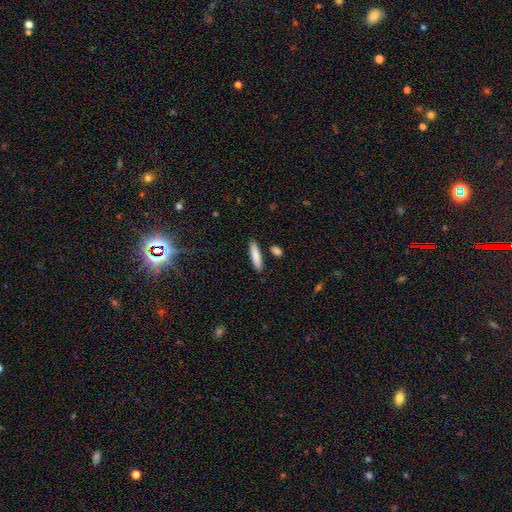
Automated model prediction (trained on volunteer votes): smooth 85%, featured or disk 9%, star or artifact 6%. Down the decision tree: how rounded — cigar-shaped (74%); merging — none (87%).